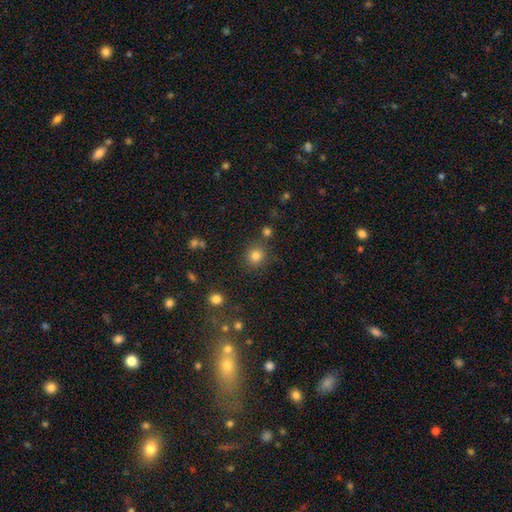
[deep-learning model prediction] A smooth galaxy with no disk features (81%) that is round (87%). Merging: none (82%).